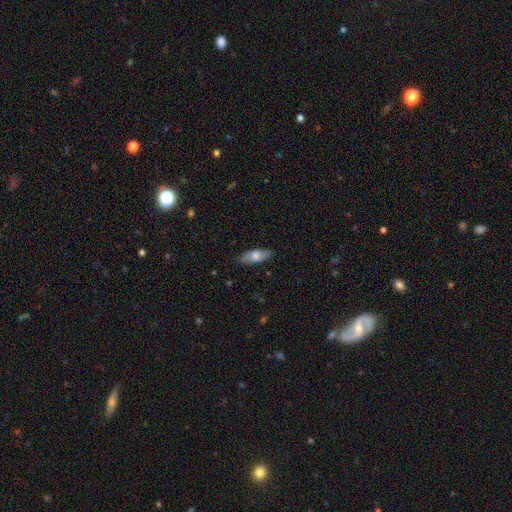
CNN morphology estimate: A smooth galaxy with no disk features (70%) that is in between round and cigar-shaped (79%).

Vote fractions:
- Smooth or featured? smooth: 70% / featured or disk: 23% / star or artifact: 6%
- How rounded? in between: 79% / cigar-shaped: 19% / round: 2%
- Merging? none: 85% / minor disturbance: 12% / major disturbance: 2% / merger: 1%